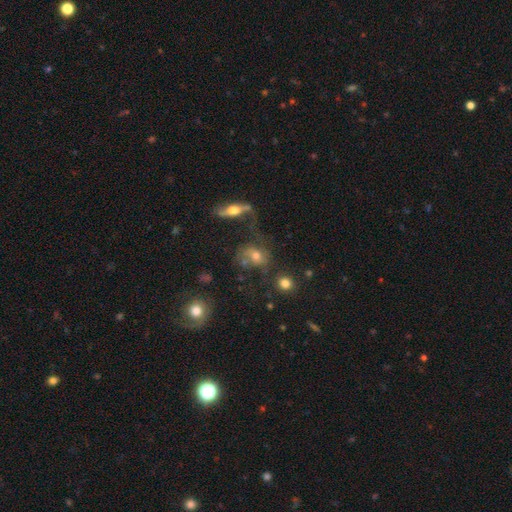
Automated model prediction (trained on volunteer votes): Smooth or featured? Predicted: smooth (p=0.46). Merging? Predicted: none (p=0.38).